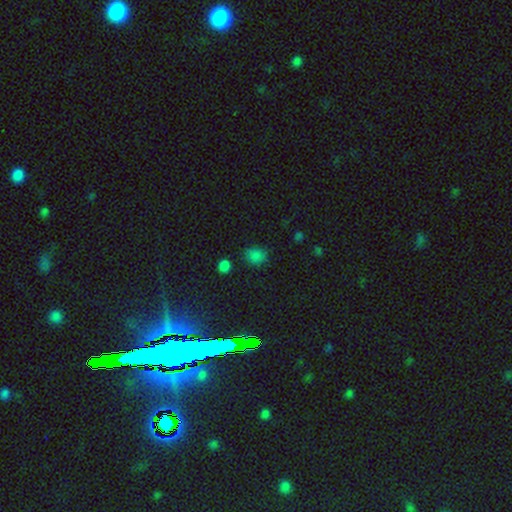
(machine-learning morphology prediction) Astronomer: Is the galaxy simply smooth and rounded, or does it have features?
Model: smooth — 77%.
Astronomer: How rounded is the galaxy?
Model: round — 59% (runner-up: in between, 40%).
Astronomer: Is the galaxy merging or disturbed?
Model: none — 77%.